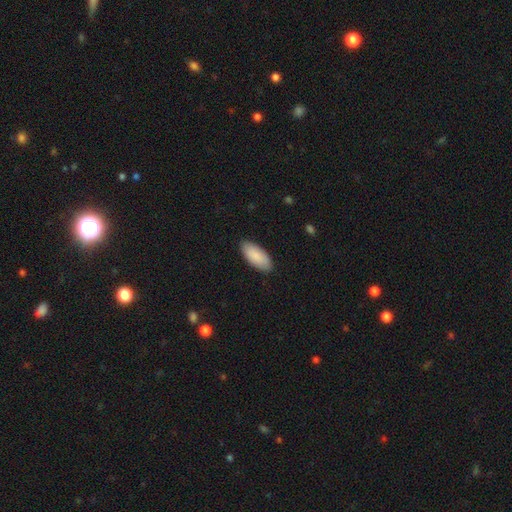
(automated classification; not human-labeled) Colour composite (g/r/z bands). It shows a smooth galaxy with no disk features (89%) that is in between round and cigar-shaped (89%). Merging: none (88%).